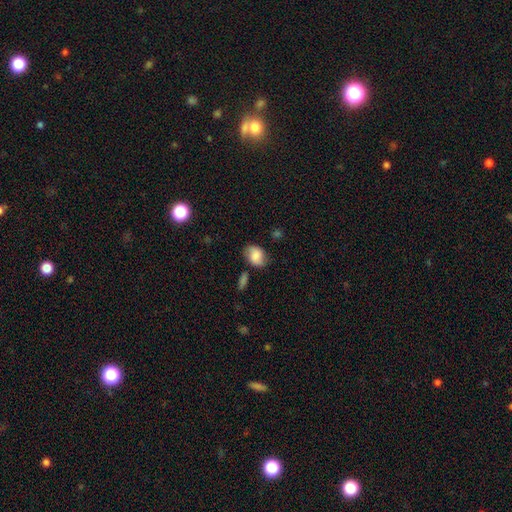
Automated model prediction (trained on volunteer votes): Overall: smooth (74%). How rounded: in between (65%; round 34%). Merging: none (66%).